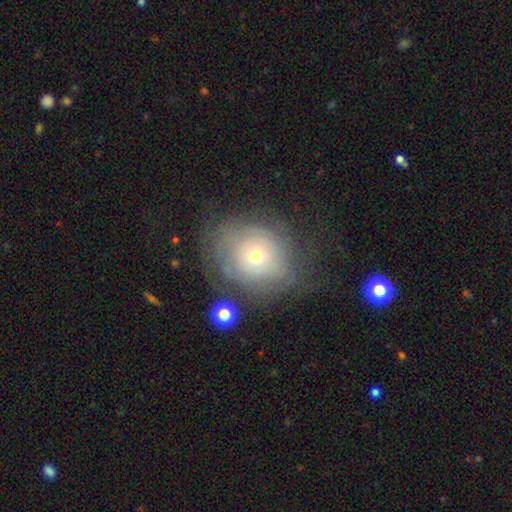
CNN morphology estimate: smooth_or_featured: smooth (p=0.52) [alt: featured or disk p=0.35]
how_rounded: round (p=0.69) [alt: in between p=0.30]
merging: none (p=0.62) [alt: minor disturbance p=0.21]